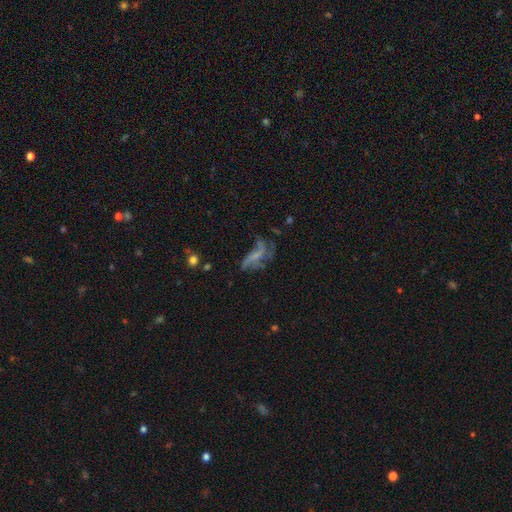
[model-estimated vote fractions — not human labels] A featured or disk galaxy (57%) with no bar (69%), spiral arms (58%) and no central bulge (54%). Merging: major disturbance (38%).